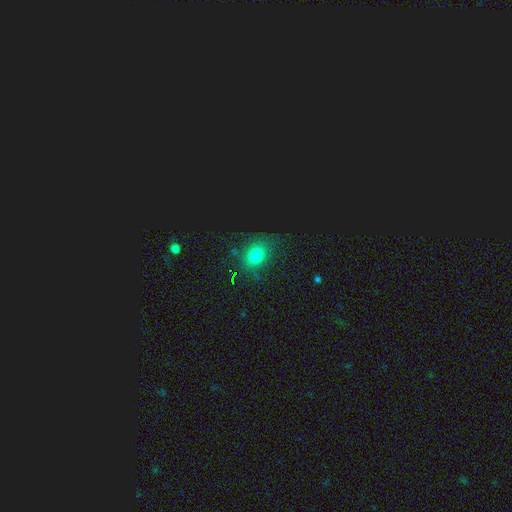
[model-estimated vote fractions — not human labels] smooth-or-featured: smooth: 69% | star or artifact: 22% | featured or disk: 9%
  how-rounded: round: 57% | in between: 42% | cigar-shaped: 2%
  merging: none: 77% | minor disturbance: 15% | major disturbance: 5% | merger: 2%